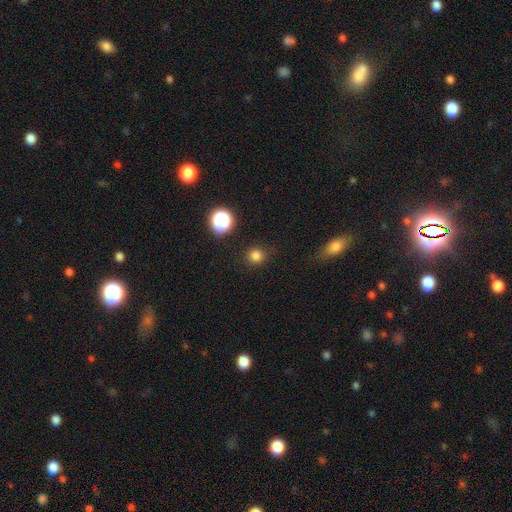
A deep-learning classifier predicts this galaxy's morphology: Smooth or featured? Predicted: smooth (p=0.80). How rounded? Predicted: round (p=0.94). Merging? Predicted: none (p=0.89).